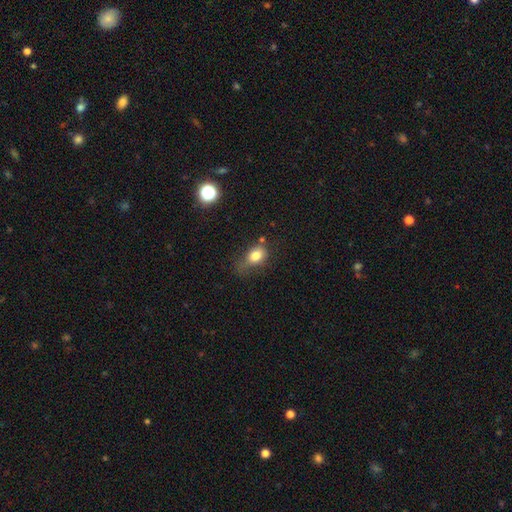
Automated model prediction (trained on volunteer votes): Smooth or featured? smooth (78%)
How rounded? in between (65%)
Merging? none (38%)